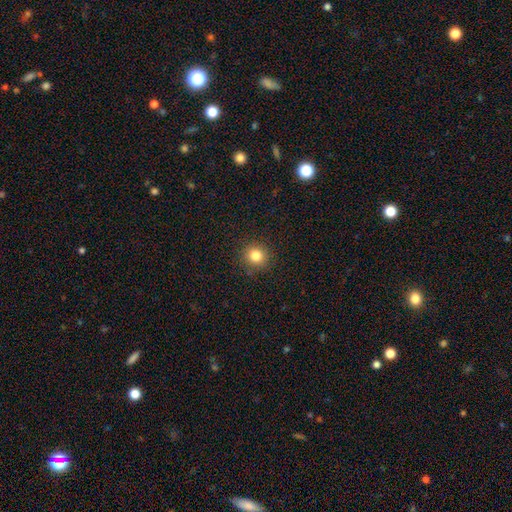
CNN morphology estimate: This appears to be a smooth galaxy with no disk features (82%) that is round (93%). Merging: none (91%).